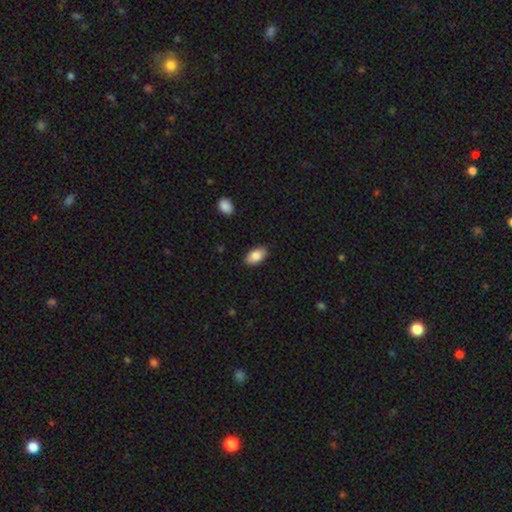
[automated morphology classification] Smooth or featured?
  - smooth: 84% *
  - featured or disk: 9%
  - star or artifact: 7%
How rounded?
  - in between: 94% *
  - round: 4%
  - cigar-shaped: 2%
Merging?
  - none: 87% *
  - minor disturbance: 10%
  - major disturbance: 2%
  - merger: 1%